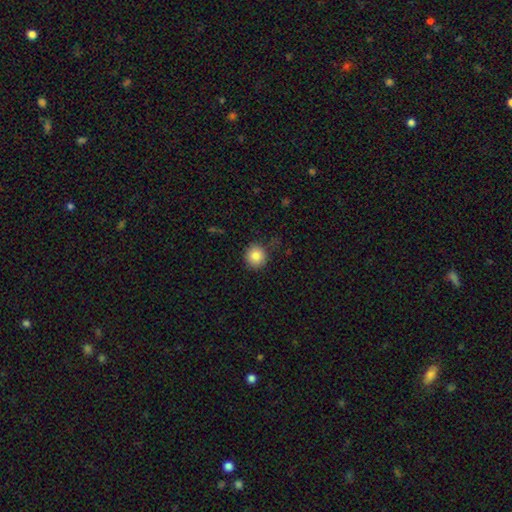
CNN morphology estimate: smooth_or_featured: smooth (p=0.85) [alt: star or artifact p=0.10]
how_rounded: round (p=0.90) [alt: in between p=0.09]
merging: none (p=0.82) [alt: minor disturbance p=0.13]